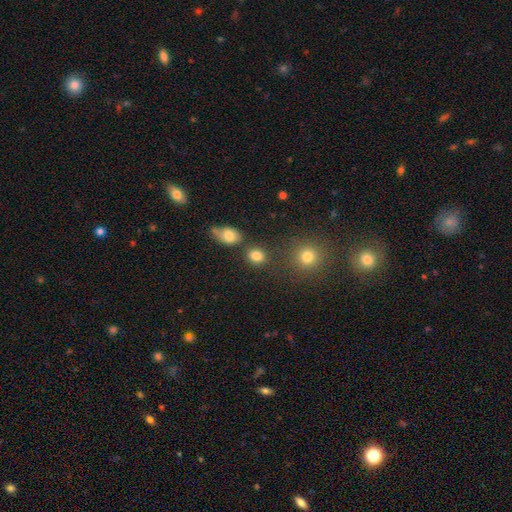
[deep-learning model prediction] Smooth or featured: smooth — 83% (star or artifact — 12%)
How rounded: round — 65% (in between — 34%)
Merging: none — 75% (merger — 11%)